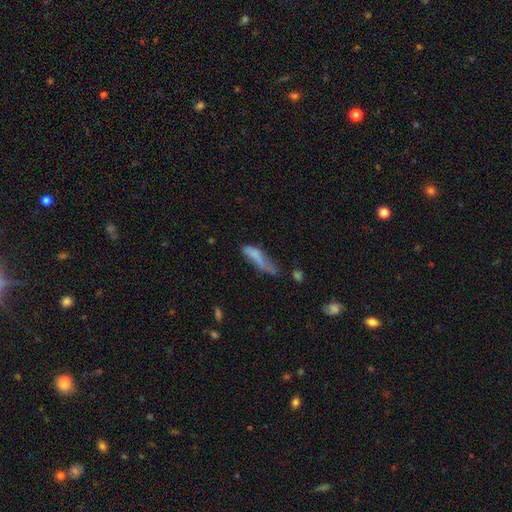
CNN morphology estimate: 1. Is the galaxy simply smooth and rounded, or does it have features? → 71% smooth, 20% featured or disk, 9% star or artifact.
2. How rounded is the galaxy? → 67% cigar-shaped, 31% in between, 2% round.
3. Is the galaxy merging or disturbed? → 33% minor disturbance (tied), 33% none (tied), 25% major disturbance, 9% merger.